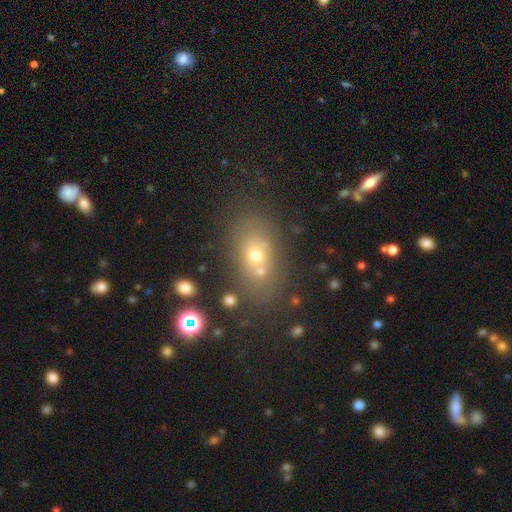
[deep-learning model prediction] Smooth or featured: smooth — 57% (featured or disk — 22%)
How rounded: in between — 67% (round — 28%)
Merging: none — 55% (merger — 29%)